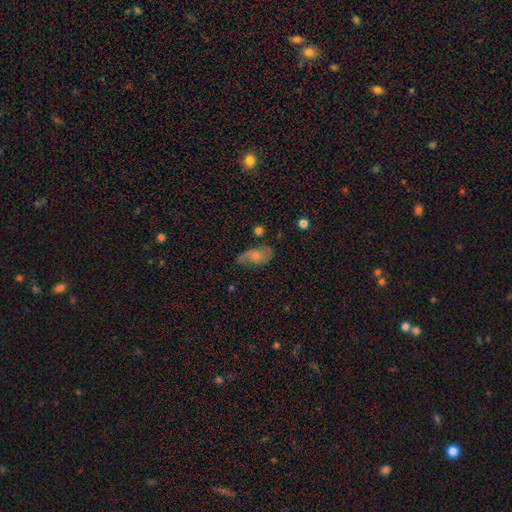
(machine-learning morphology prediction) featured or disk 52%, smooth 38%, star or artifact 9%. Down the decision tree: edge-on disk — no (94%); merging — none (57%).